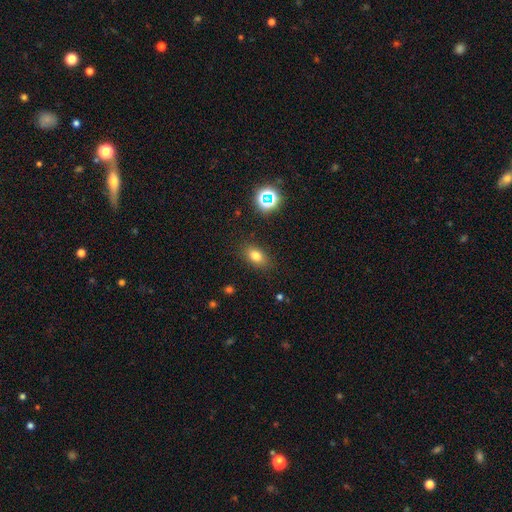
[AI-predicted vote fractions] Smooth or featured? Predicted: smooth (p=0.76). How rounded? Predicted: in between (p=0.81). Merging? Predicted: none (p=0.85).